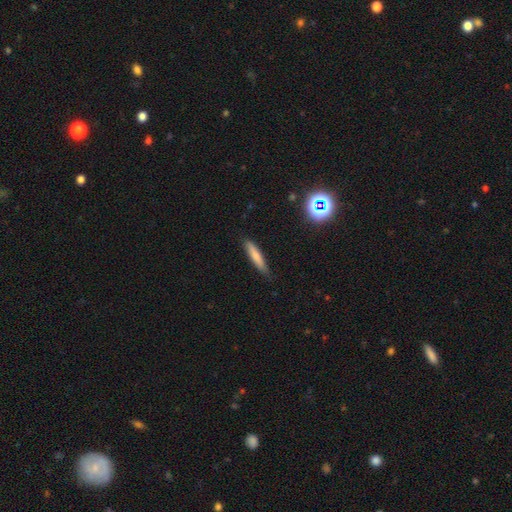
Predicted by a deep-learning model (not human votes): This appears to be a smooth galaxy with no disk features (72%) that is cigar-shaped (87%). Merging: none (79%).